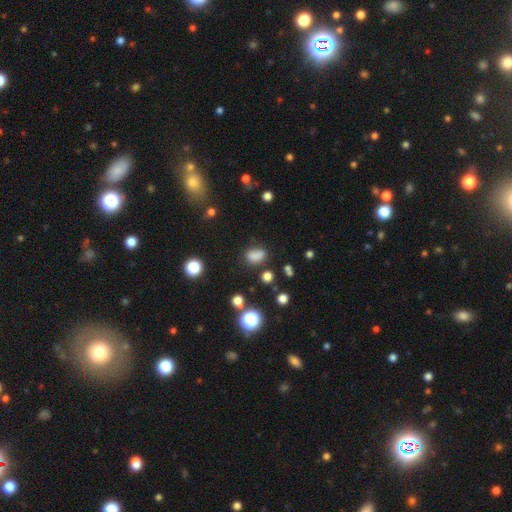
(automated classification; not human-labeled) Overall: smooth (79%). How rounded: in between (76%). Merging: none (68%).